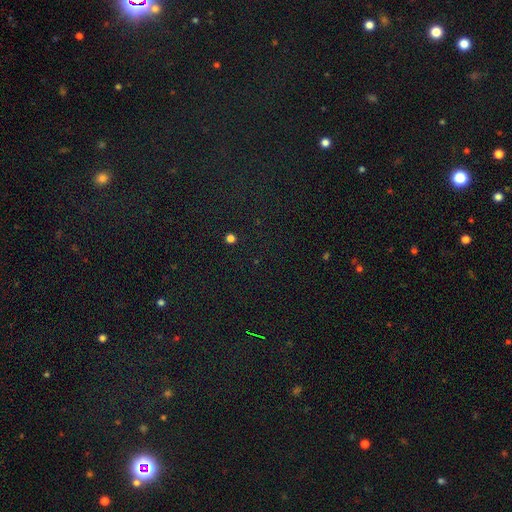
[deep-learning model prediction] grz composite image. It shows a star or artifact, not a galaxy (78%).